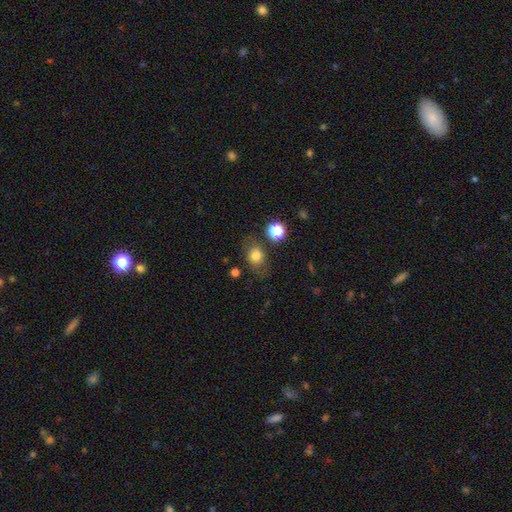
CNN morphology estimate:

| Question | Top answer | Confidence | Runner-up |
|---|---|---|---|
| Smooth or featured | smooth | 74% | featured or disk (14%) |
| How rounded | in between | 55% | round (44%) |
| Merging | none | 69% | minor disturbance (18%) |